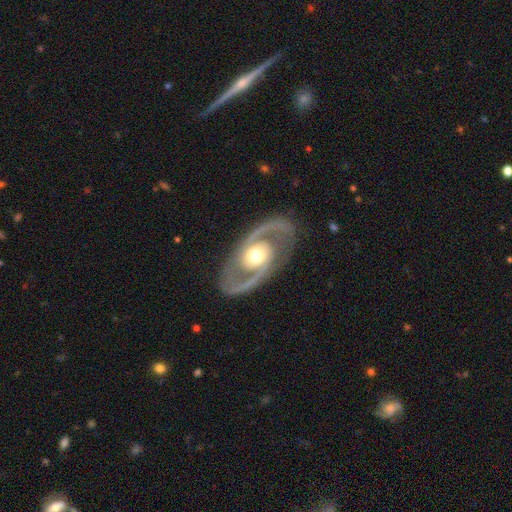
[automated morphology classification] This is clearly a featured or disk galaxy (91%). It is clearly not viewed edge-on (96%). Bar: likely no (70%). Spiral arm pattern: clearly yes (94%). Spiral arm count: clearly 2 (93%). Spiral winding: possibly medium (56%). Central bulge: likely moderate (72%). Merging: clearly none (85%).